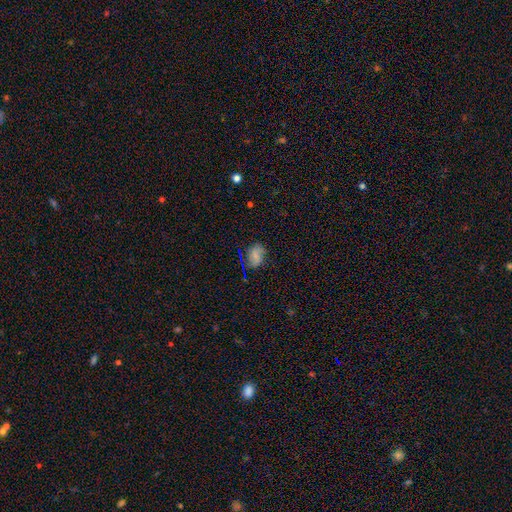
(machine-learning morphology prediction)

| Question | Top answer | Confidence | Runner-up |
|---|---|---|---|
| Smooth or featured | smooth | 65% | featured or disk (18%) |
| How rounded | in between | 81% | round (17%) |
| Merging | none | 65% | minor disturbance (24%) |